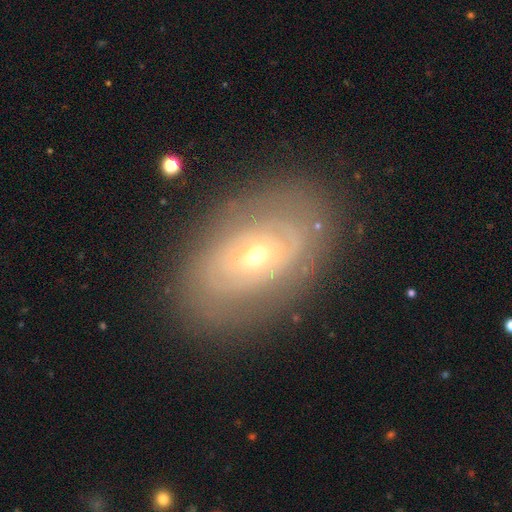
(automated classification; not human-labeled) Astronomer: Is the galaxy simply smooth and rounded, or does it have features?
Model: featured or disk — 66%.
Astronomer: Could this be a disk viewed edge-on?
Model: no — 93%.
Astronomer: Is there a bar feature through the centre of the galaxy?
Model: no — 74%.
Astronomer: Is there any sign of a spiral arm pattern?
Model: yes — 51% (runner-up: no, 49%).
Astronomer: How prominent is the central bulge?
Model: small — 52% (runner-up: moderate, 43%).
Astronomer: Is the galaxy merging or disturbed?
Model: none — 81%.